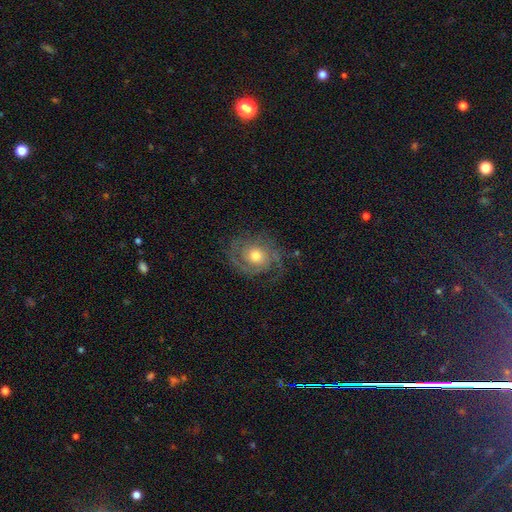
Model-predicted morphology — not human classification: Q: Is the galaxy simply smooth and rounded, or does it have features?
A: featured or disk — 81%.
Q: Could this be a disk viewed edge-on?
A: no — 97%.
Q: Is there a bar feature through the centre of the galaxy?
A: no — 78%.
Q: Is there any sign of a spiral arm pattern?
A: yes — 94%.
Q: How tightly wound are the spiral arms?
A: tight — 52%.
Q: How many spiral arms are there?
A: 2 — 46%.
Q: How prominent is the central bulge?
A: moderate — 72%.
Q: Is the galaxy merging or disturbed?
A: none — 71%.